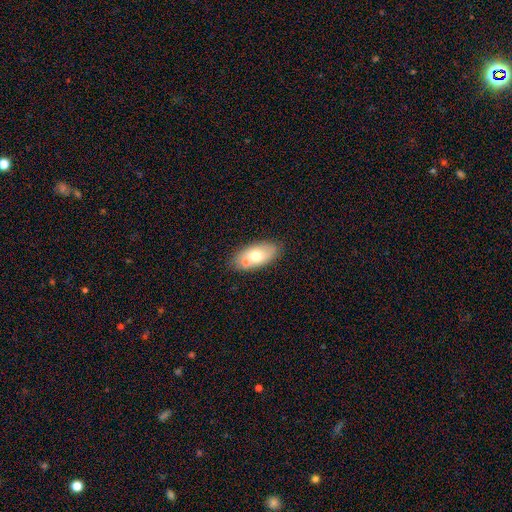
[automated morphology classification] type=smooth (64%); roundness=in between (90%); merging=none (64%).